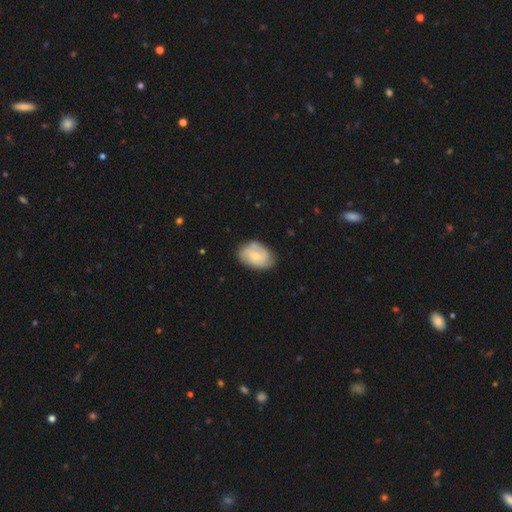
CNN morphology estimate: This is possibly a featured or disk galaxy (50%). It is clearly not viewed edge-on (96%). Merging: likely none (72%).